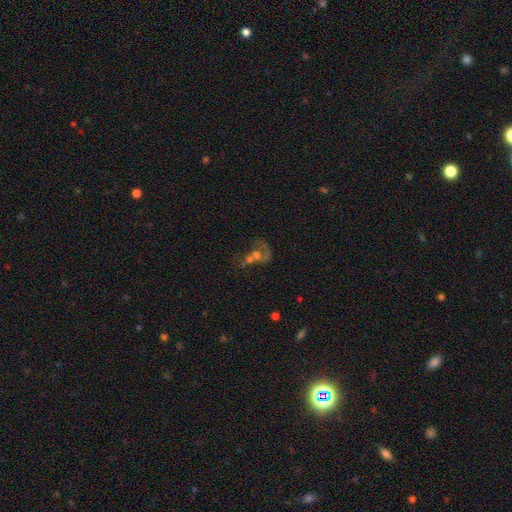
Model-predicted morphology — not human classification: smooth_or_featured: featured or disk (p=0.53) [alt: smooth p=0.28]
disk_edge_on: no (p=0.96) [alt: yes p=0.04]
bar: no (p=0.81) [alt: weak p=0.15]
has_spiral_arms: yes (p=0.51) [alt: no p=0.49]
bulge_size: moderate (p=0.46) [alt: small p=0.24]
merging: merger (p=0.47) [alt: none p=0.22]